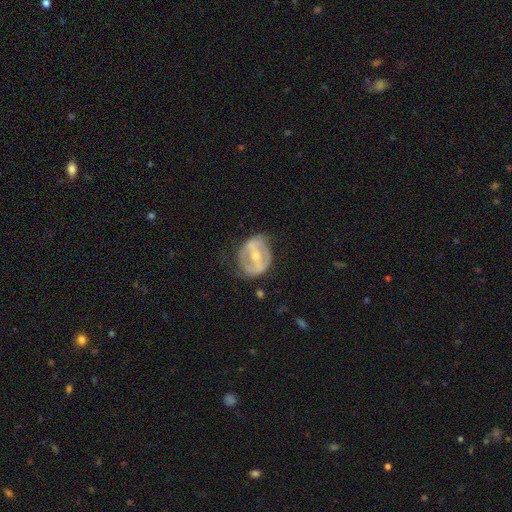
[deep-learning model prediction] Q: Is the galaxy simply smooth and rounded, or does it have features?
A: featured or disk — 74%.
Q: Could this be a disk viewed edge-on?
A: no — 94%.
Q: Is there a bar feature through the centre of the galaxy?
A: strong — 60%.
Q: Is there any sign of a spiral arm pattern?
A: no — 56%.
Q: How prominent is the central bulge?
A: moderate — 54%.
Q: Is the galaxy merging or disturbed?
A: none — 61%.